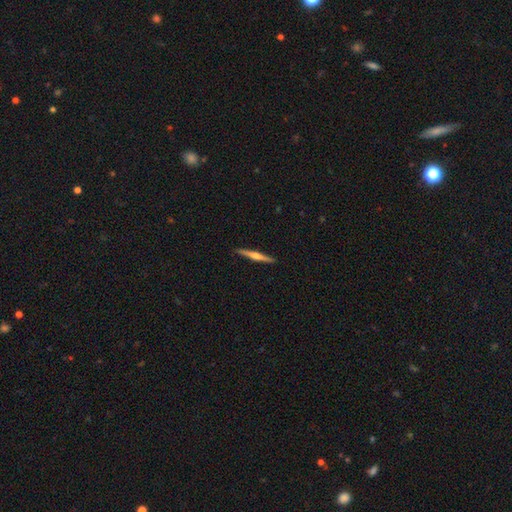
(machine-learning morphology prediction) type=featured or disk (69%); edge-on=yes (98%); edge-on bulge=rounded (88%); merging=none (91%).